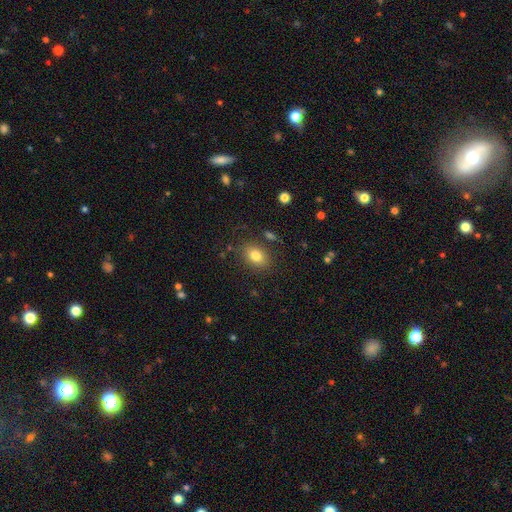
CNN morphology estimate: This appears to be a smooth galaxy with no disk features (81%) that is in between round and cigar-shaped (76%). Merging: none (82%).